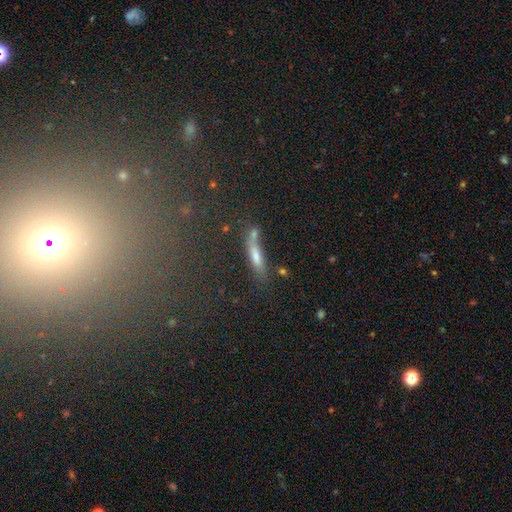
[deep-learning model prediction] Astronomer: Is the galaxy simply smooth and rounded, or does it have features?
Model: smooth — 56%.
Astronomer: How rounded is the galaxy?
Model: cigar-shaped — 78%.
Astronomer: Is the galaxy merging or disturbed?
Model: none — 60%.